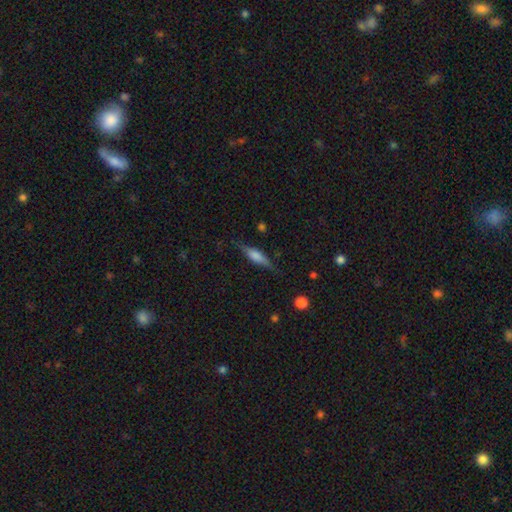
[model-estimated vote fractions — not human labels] A featured or disk galaxy (47%).

Vote fractions:
- Smooth or featured? featured or disk: 47% / smooth: 46% / star or artifact: 7%
- Merging? none: 80% / minor disturbance: 14% / major disturbance: 4% / merger: 1%